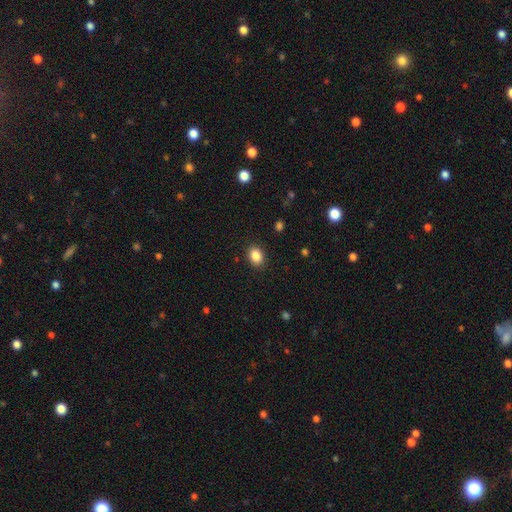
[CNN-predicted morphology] The model was most divided on "how rounded": in between: 64%, round: 35%, cigar-shaped: 1%. More confident: merging — none (89%); smooth or featured — smooth (87%).